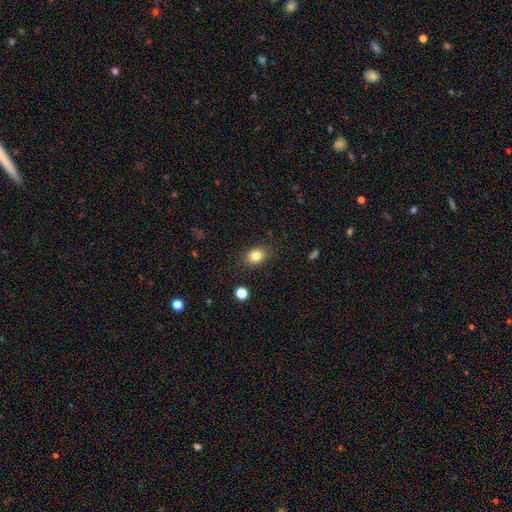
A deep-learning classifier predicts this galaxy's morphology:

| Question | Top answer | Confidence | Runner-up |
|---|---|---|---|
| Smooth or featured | smooth | 84% | star or artifact (10%) |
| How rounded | in between | 61% | round (38%) |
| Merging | none | 84% | minor disturbance (12%) |